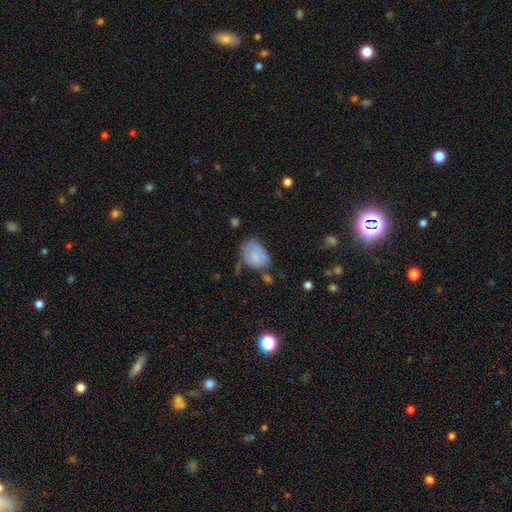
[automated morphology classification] The model was most divided on "merging": none: 35%, minor disturbance: 34%, major disturbance: 22%, merger: 9%. More confident: how rounded — in between (70%); smooth or featured — smooth (66%).